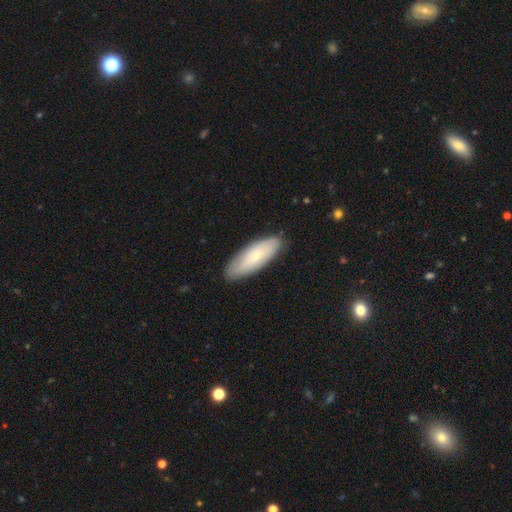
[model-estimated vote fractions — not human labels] smooth-or-featured: smooth: 64% | featured or disk: 31% | star or artifact: 6%
  how-rounded: in between: 67% | cigar-shaped: 31% | round: 2%
  merging: none: 85% | minor disturbance: 12% | major disturbance: 2% | merger: 1%